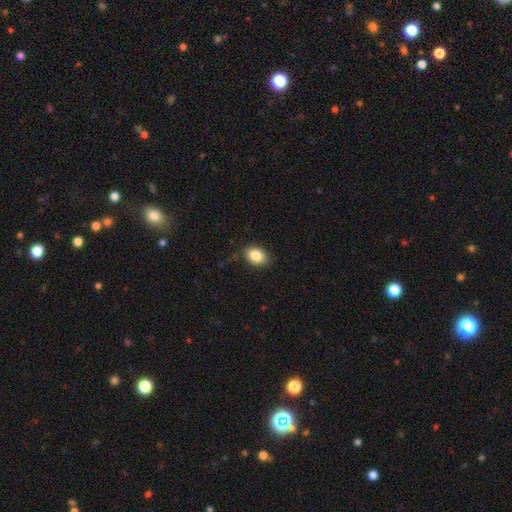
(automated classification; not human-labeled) smooth 84%, star or artifact 8%, featured or disk 7%. Down the decision tree: how rounded — in between (80%); merging — none (82%).